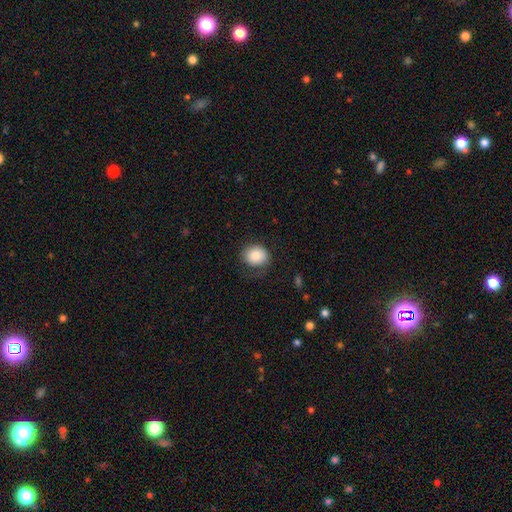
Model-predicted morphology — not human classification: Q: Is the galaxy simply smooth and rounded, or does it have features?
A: smooth — 84%.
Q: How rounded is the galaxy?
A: round — 66%.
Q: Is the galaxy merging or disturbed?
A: none — 67%.